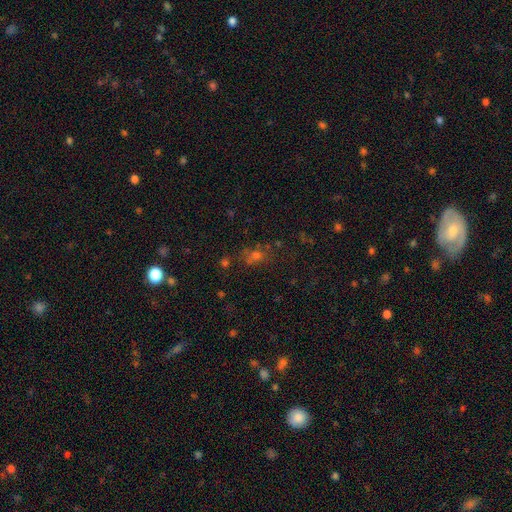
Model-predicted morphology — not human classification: This is possibly a smooth galaxy (48%). Merging: likely none (63%).